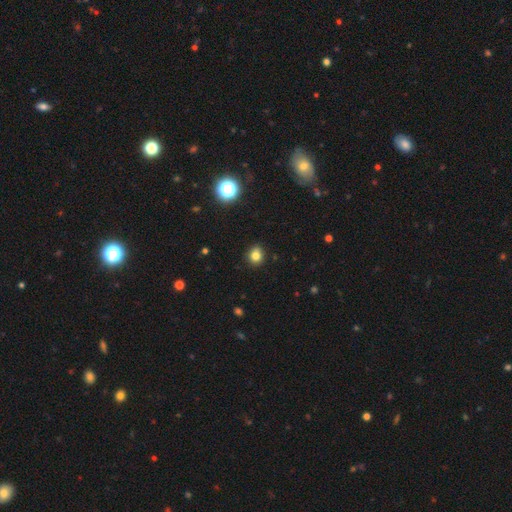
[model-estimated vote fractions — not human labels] Smooth or featured? smooth (81%)
How rounded? round (72%)
Merging? none (88%)